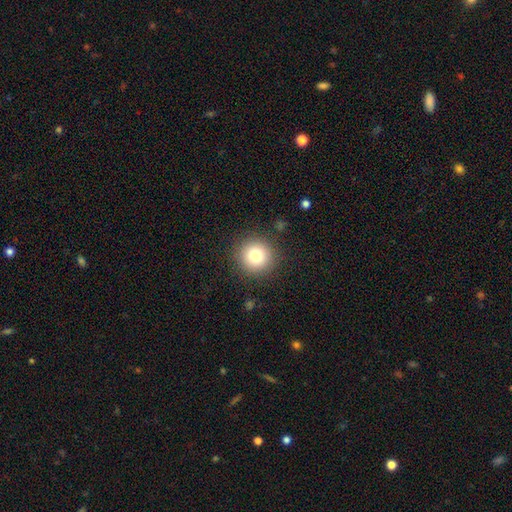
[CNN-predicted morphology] smooth 80%, star or artifact 11%, featured or disk 9%. Down the decision tree: how rounded — round (94%); merging — none (89%).